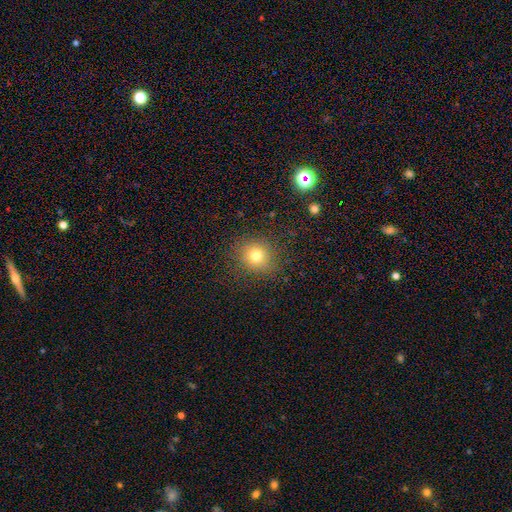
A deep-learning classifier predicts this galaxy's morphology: Smooth or featured?
  - smooth: 76% *
  - star or artifact: 15%
  - featured or disk: 9%
How rounded?
  - round: 84% *
  - in between: 15%
  - cigar-shaped: 1%
Merging?
  - none: 86% *
  - minor disturbance: 9%
  - major disturbance: 4%
  - merger: 1%